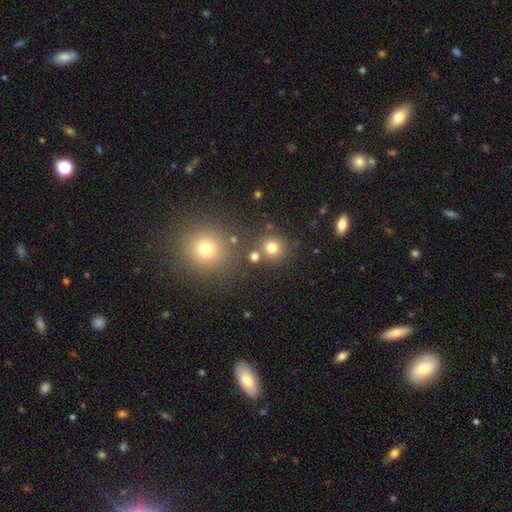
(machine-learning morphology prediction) smooth_or_featured: smooth (p=0.66) [alt: star or artifact p=0.26]
how_rounded: round (p=0.91) [alt: in between p=0.08]
merging: none (p=0.79) [alt: merger p=0.11]